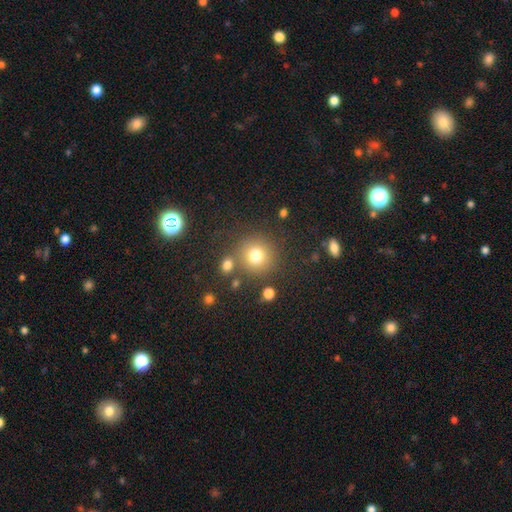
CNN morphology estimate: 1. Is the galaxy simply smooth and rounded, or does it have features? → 77% smooth, 15% star or artifact, 8% featured or disk.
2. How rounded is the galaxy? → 92% round, 7% in between, 1% cigar-shaped.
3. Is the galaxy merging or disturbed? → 78% none, 9% minor disturbance, 8% merger, 4% major disturbance.